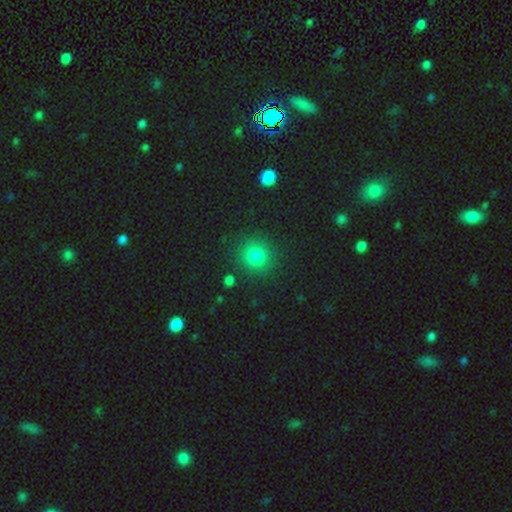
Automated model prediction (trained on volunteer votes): Smooth or featured? smooth (80%)
How rounded? round (90%)
Merging? none (88%)